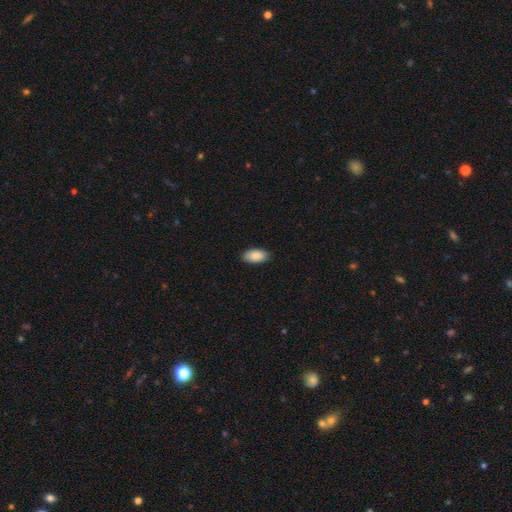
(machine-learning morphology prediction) Smooth or featured? smooth (88%)
How rounded? in between (94%)
Merging? none (89%)